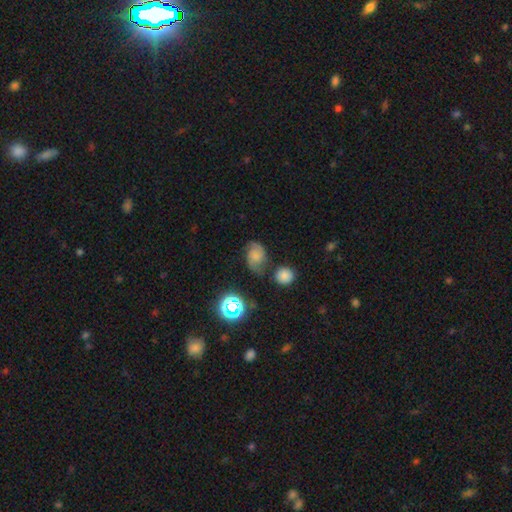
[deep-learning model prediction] This appears to be a smooth galaxy with no disk features (44%). Merging: none (53%).